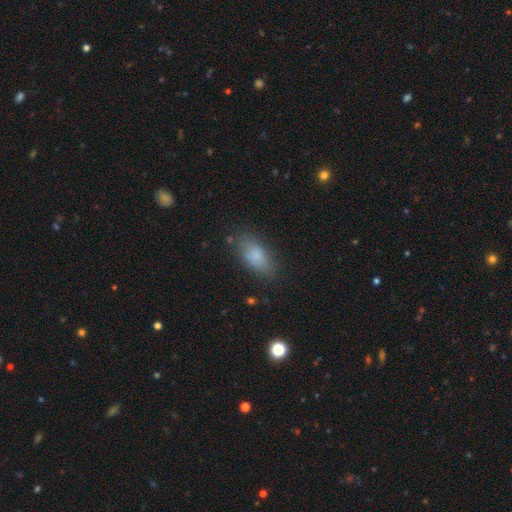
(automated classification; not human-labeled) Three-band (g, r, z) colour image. It shows a smooth galaxy with no disk features (81%) that is in between round and cigar-shaped (87%). Merging: none (75%).